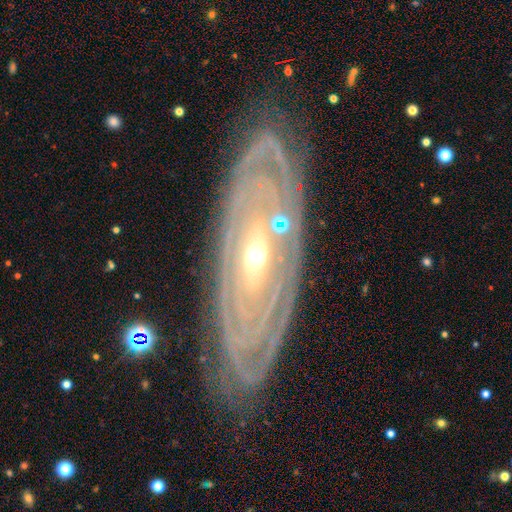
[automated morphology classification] Smooth or featured? Predicted: featured or disk (p=0.88). Edge-on disk? Predicted: no (p=0.84). Bar? Predicted: no (p=0.54). Spiral arms? Predicted: yes (p=0.92). Spiral winding? Predicted: tight (p=0.87). Spiral arm count? Predicted: can't tell (p=0.47). Bulge size? Predicted: small (p=0.48, tied with moderate). Merging? Predicted: none (p=0.84).